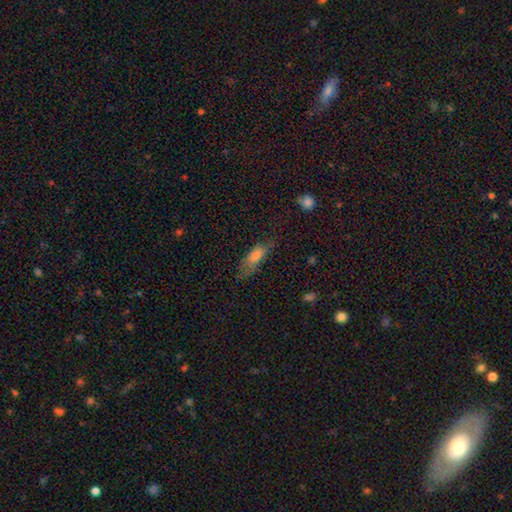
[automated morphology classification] Smooth or featured: smooth — 70% (featured or disk — 19%)
How rounded: in between — 58% (cigar-shaped — 39%)
Merging: none — 56% (minor disturbance — 28%)